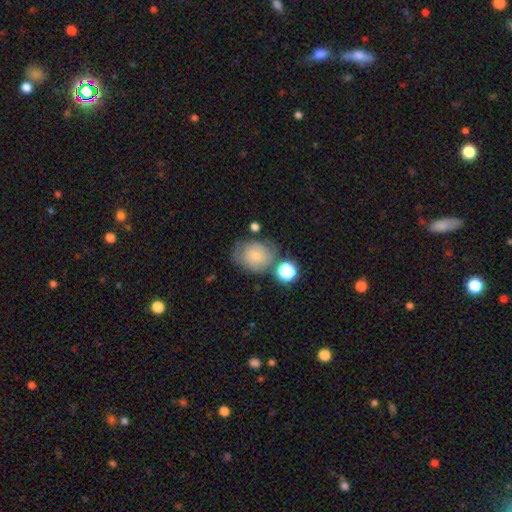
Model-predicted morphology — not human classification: The model was most divided on "merging": none: 51%, minor disturbance: 25%, major disturbance: 13%, merger: 11%. More confident: how rounded — round (65%); smooth or featured — smooth (61%).